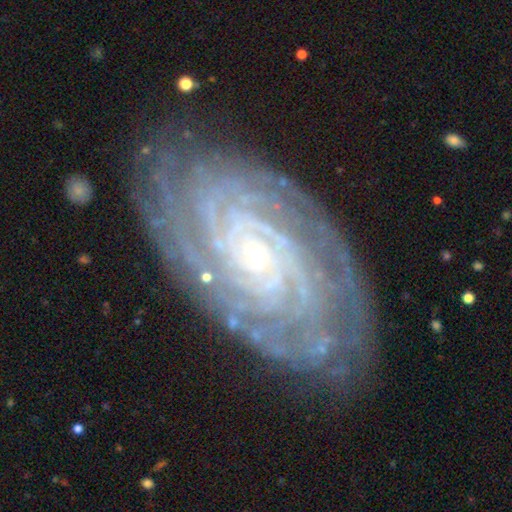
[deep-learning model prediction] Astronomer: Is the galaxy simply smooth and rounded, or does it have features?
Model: featured or disk — 90%.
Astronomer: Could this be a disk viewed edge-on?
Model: no — 96%.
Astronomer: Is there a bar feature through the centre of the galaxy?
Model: no — 75%.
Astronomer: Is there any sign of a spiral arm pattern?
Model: yes — 98%.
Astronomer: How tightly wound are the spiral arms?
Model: tight — 86%.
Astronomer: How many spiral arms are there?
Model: more than 4 — 27% (runner-up: can't tell, 21%).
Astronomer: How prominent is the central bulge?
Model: small — 80%.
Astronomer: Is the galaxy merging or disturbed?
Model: none — 82%.